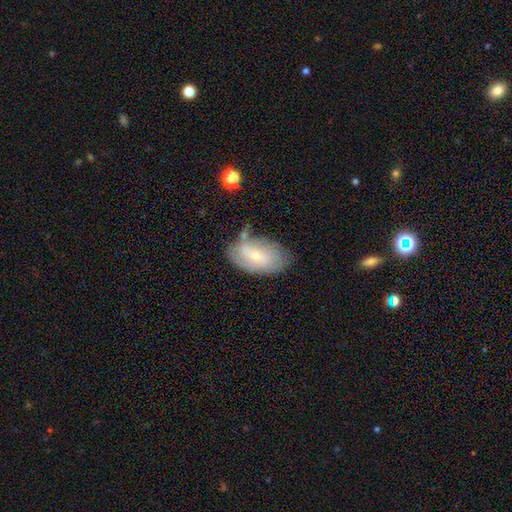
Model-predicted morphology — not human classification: Smooth or featured? smooth (52%)
How rounded? in between (92%)
Merging? none (56%)